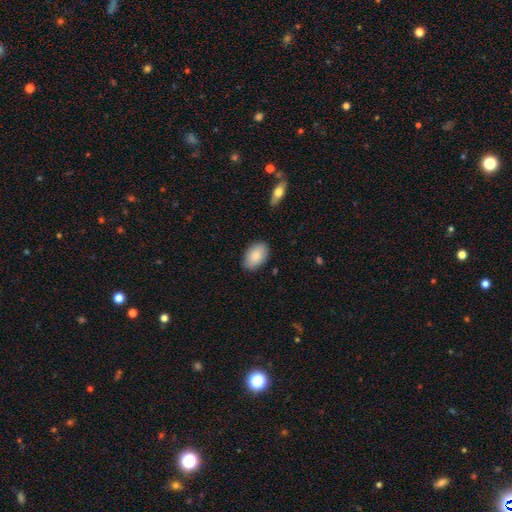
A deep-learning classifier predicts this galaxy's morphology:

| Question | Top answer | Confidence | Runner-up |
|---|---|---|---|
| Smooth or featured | smooth | 85% | featured or disk (9%) |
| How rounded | in between | 92% | round (7%) |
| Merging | none | 85% | minor disturbance (11%) |